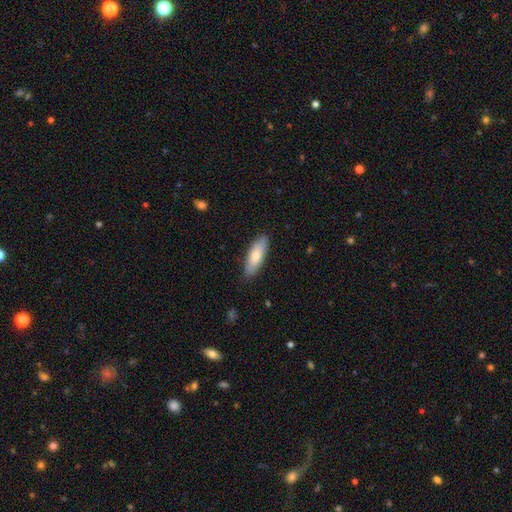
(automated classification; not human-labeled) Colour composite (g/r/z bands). It shows a smooth galaxy with no disk features (73%) that is in between round and cigar-shaped (61%). Merging: none (87%).